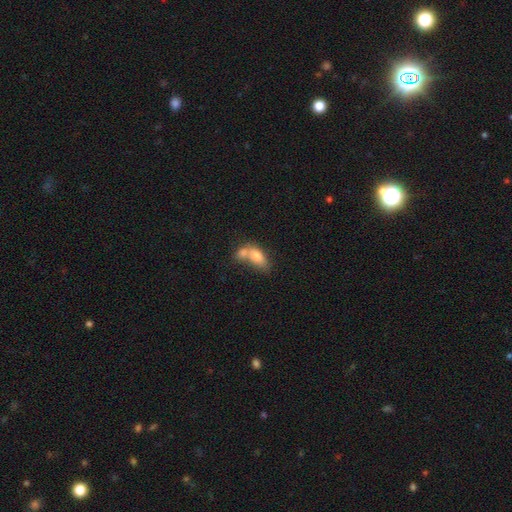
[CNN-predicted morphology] type=smooth (74%); roundness=in between (83%); merging=merger (65%).